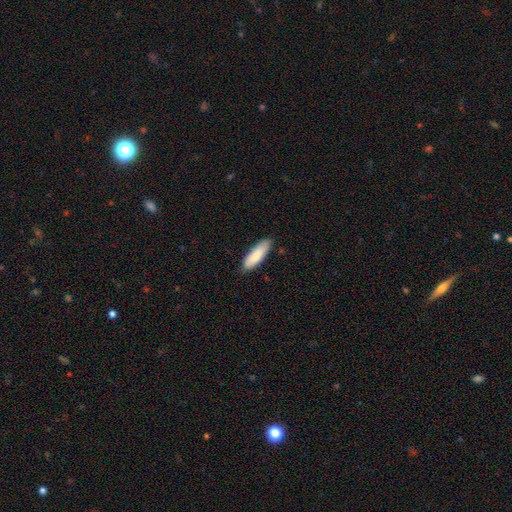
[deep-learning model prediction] smooth_or_featured: smooth (p=0.87) [alt: featured or disk p=0.08]
how_rounded: in between (p=0.54) [alt: cigar-shaped p=0.44]
merging: none (p=0.81) [alt: minor disturbance p=0.15]